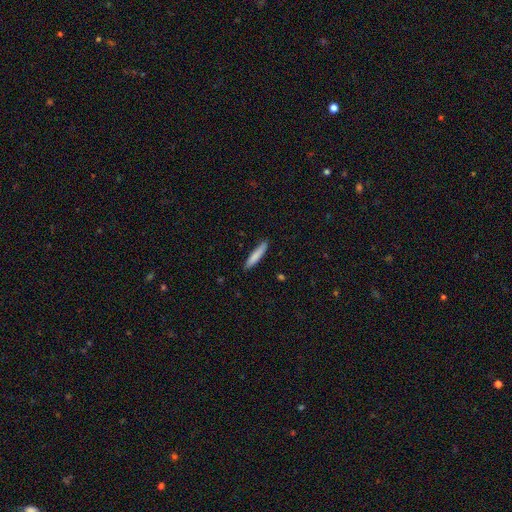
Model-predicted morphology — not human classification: Smooth or featured? smooth (82%)
How rounded? cigar-shaped (89%)
Merging? none (86%)